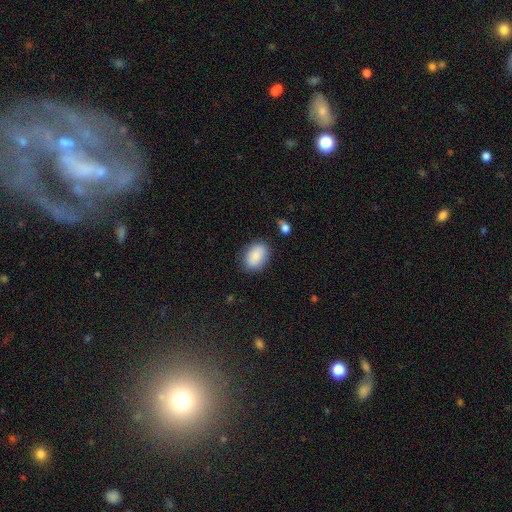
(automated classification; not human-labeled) Smooth or featured?
  - smooth: 85% *
  - featured or disk: 8%
  - star or artifact: 7%
How rounded?
  - in between: 82% *
  - round: 17%
  - cigar-shaped: 1%
Merging?
  - none: 81% *
  - minor disturbance: 13%
  - major disturbance: 3%
  - merger: 2%